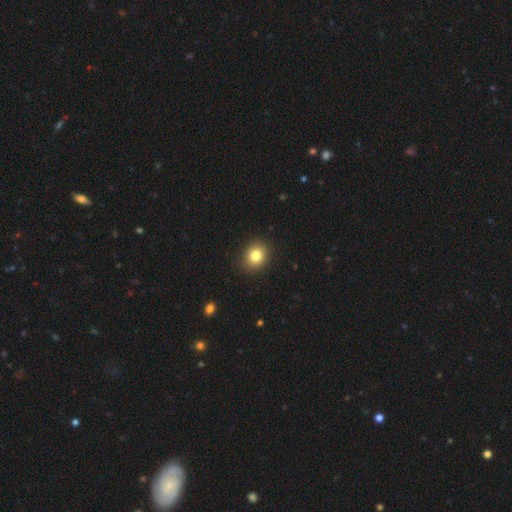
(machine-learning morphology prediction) smooth 82%, star or artifact 11%, featured or disk 7%. Down the decision tree: how rounded — round (65%); merging — none (90%).